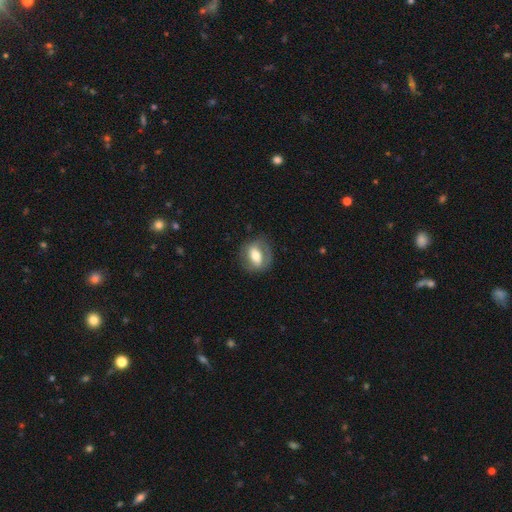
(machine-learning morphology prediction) smooth-or-featured: featured or disk: 50% | smooth: 43% | star or artifact: 7%
  merging: none: 76% | minor disturbance: 15% | major disturbance: 7% | merger: 1%